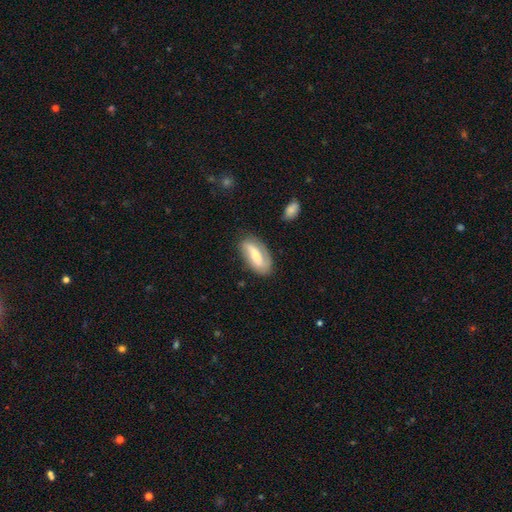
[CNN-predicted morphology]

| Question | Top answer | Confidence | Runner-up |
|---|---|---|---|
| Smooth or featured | featured or disk | 59% | smooth (35%) |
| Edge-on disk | no | 91% | yes (9%) |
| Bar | strong | 40% | weak (37%) |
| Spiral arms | yes | 85% | no (15%) |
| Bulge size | moderate | 46% | small (37%) |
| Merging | none | 76% | minor disturbance (17%) |